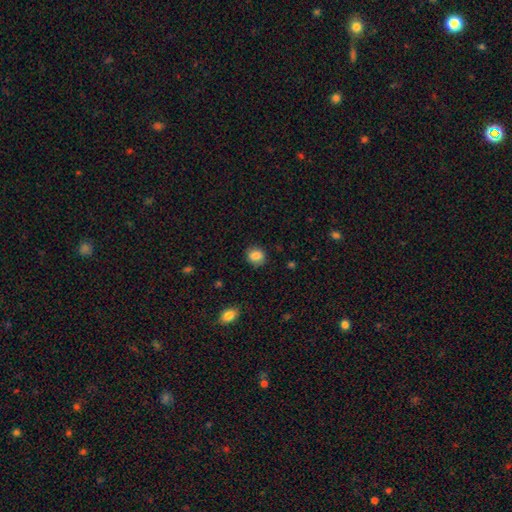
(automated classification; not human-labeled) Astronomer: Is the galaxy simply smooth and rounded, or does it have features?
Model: smooth — 85%.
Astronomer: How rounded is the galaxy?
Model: round — 78%.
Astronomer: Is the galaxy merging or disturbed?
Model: none — 86%.